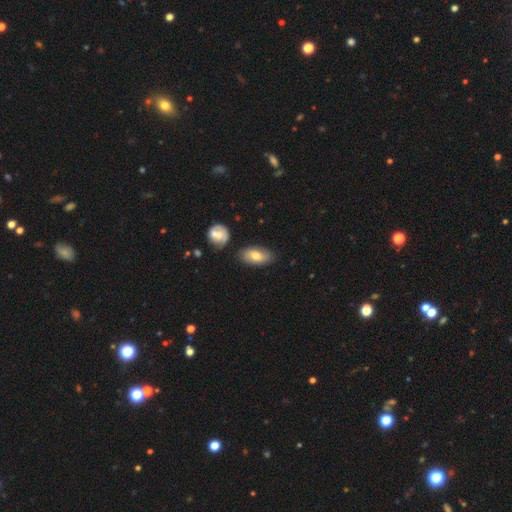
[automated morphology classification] Smooth or featured? Predicted: smooth (p=0.71). How rounded? Predicted: in between (p=0.91). Merging? Predicted: none (p=0.78).